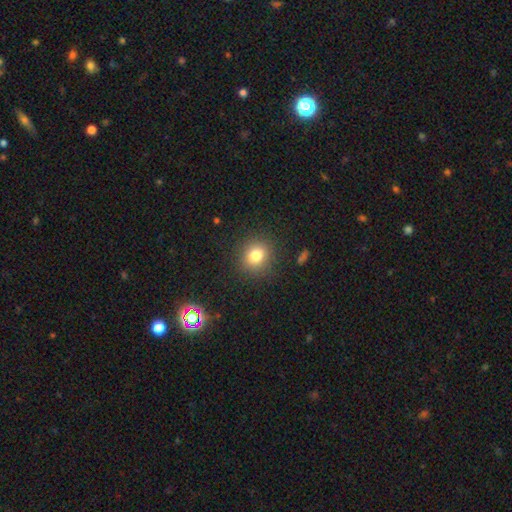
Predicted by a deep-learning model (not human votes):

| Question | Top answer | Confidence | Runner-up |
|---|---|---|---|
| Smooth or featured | smooth | 80% | star or artifact (13%) |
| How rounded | round | 81% | in between (17%) |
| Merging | none | 88% | minor disturbance (8%) |